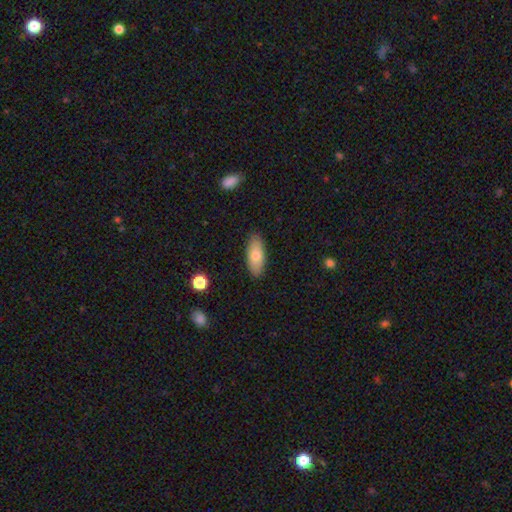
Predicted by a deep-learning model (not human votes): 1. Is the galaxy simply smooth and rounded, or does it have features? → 76% smooth, 18% featured or disk, 6% star or artifact.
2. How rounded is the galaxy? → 81% in between, 16% cigar-shaped, 3% round.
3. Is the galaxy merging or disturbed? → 87% none, 10% minor disturbance, 2% major disturbance, 1% merger.